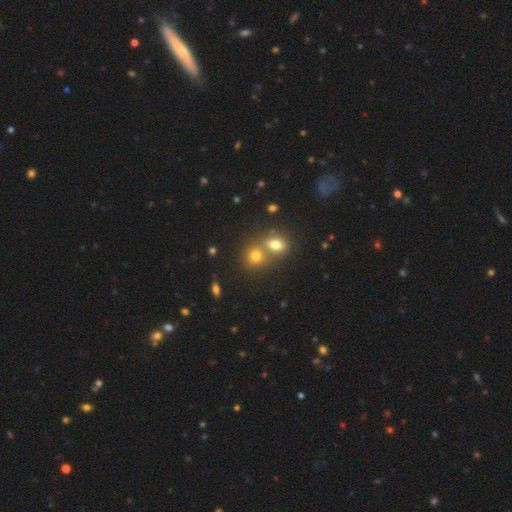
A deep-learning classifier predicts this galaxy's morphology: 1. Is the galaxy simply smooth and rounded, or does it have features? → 53% smooth, 34% star or artifact, 13% featured or disk.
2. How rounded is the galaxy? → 82% round, 16% in between, 2% cigar-shaped.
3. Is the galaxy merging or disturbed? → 48% none, 42% merger, 6% minor disturbance, 3% major disturbance.